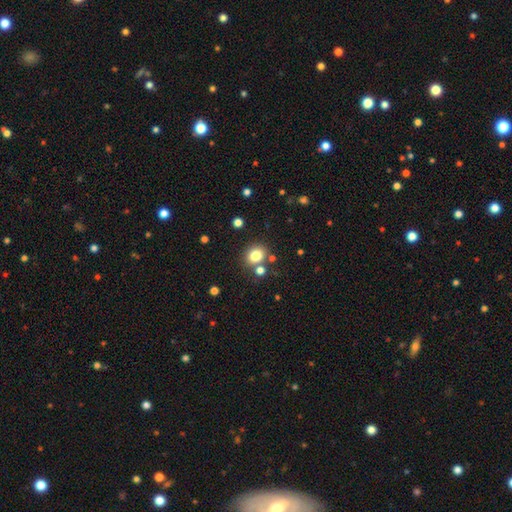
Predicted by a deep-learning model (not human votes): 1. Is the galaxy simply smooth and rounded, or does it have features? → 80% smooth, 12% star or artifact, 7% featured or disk.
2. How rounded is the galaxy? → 69% round, 30% in between, 1% cigar-shaped.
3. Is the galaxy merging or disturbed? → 75% none, 12% merger, 9% minor disturbance, 3% major disturbance.